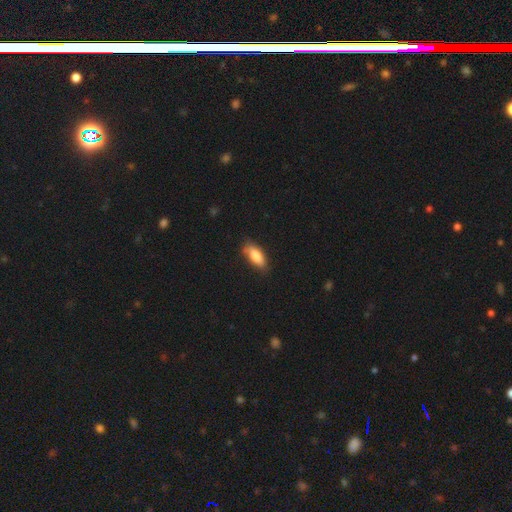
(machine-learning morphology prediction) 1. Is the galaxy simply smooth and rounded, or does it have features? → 85% smooth, 9% featured or disk, 6% star or artifact.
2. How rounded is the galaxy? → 80% in between, 18% cigar-shaped, 2% round.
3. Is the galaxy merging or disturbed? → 75% none, 20% minor disturbance, 3% major disturbance, 1% merger.